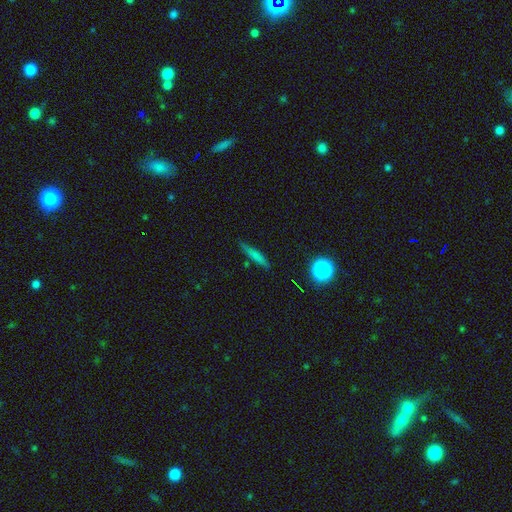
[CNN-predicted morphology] smooth_or_featured: smooth (p=0.67) [alt: featured or disk p=0.22]
how_rounded: cigar-shaped (p=0.88) [alt: in between p=0.09]
merging: none (p=0.81) [alt: minor disturbance p=0.14]